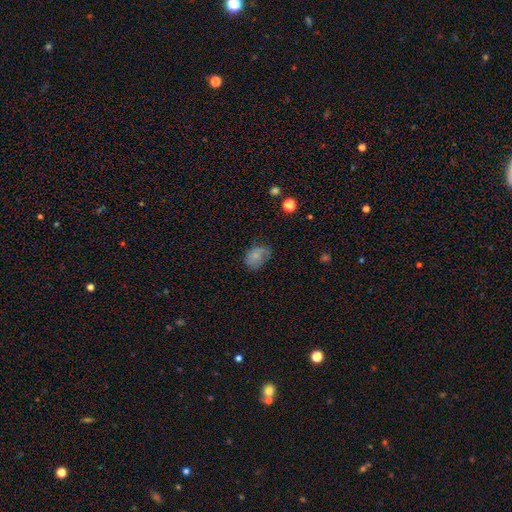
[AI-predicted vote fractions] Smooth or featured: smooth — 72% (featured or disk — 18%)
How rounded: in between — 68% (round — 31%)
Merging: none — 52% (minor disturbance — 32%)